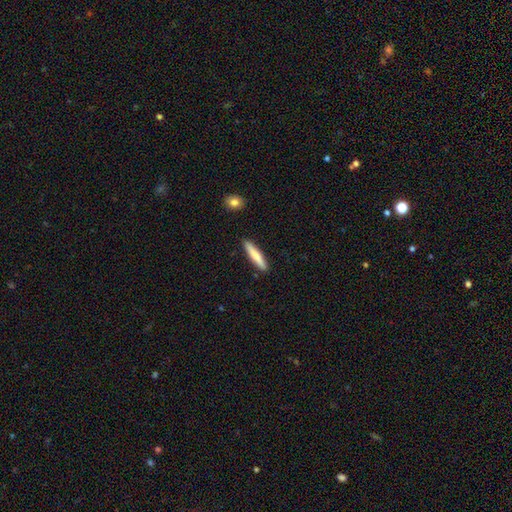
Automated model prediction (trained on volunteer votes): Q: Smooth or featured?
A: smooth (75%); runner-up: featured or disk (20%)
Q: How rounded?
A: cigar-shaped (91%); runner-up: in between (8%)
Q: Merging?
A: none (90%); runner-up: minor disturbance (7%)